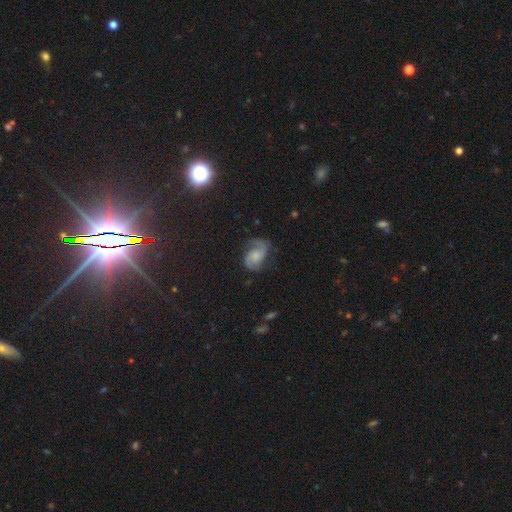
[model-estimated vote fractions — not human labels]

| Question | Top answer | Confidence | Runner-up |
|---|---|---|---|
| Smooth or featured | featured or disk | 74% | smooth (17%) |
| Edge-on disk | no | 98% | yes (2%) |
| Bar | no | 61% | weak (33%) |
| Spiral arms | yes | 95% | no (5%) |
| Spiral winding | medium | 51% | loose (28%) |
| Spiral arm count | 2 | 88% | can't tell (5%) |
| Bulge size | small | 34% | none (29%) |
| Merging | none | 67% | minor disturbance (21%) |